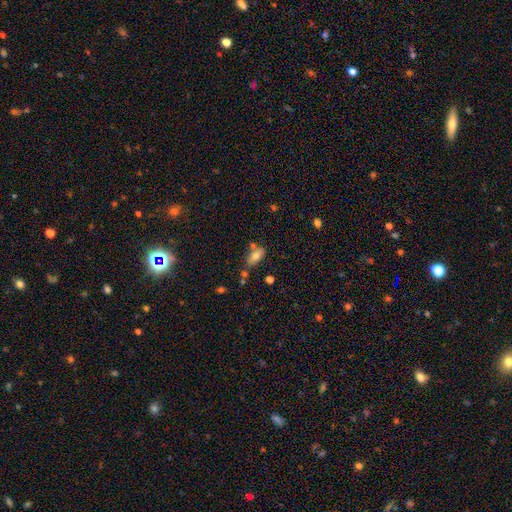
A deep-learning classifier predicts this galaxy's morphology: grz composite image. It shows a smooth galaxy with no disk features (71%) that is in between round and cigar-shaped (84%). Merging: none (61%).